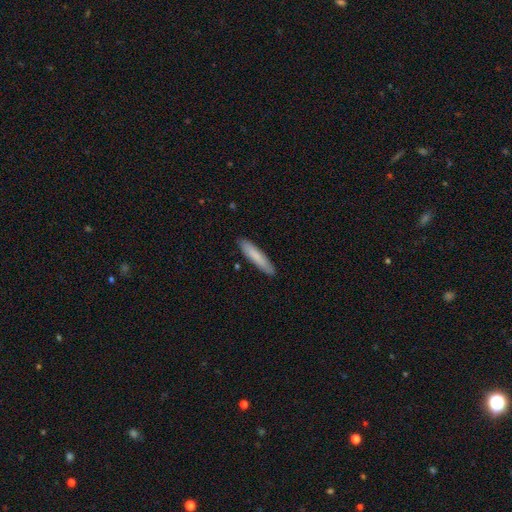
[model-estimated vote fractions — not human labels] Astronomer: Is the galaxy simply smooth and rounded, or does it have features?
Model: smooth — 79%.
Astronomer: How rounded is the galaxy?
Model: cigar-shaped — 87%.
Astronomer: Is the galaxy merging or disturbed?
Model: none — 88%.